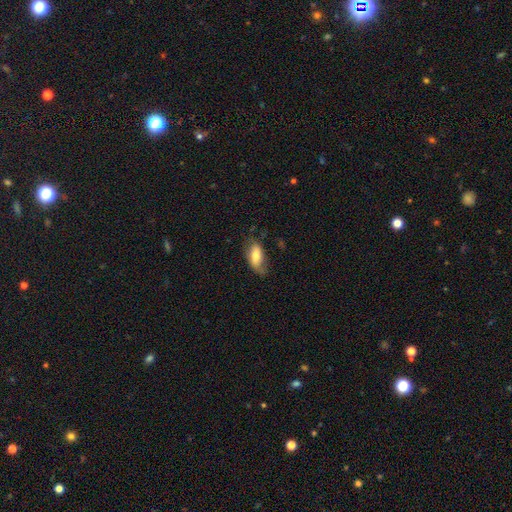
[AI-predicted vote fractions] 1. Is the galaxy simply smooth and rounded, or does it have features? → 67% smooth, 27% featured or disk, 7% star or artifact.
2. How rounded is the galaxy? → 88% in between, 9% cigar-shaped, 3% round.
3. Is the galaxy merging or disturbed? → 59% none, 29% minor disturbance, 10% major disturbance, 2% merger.